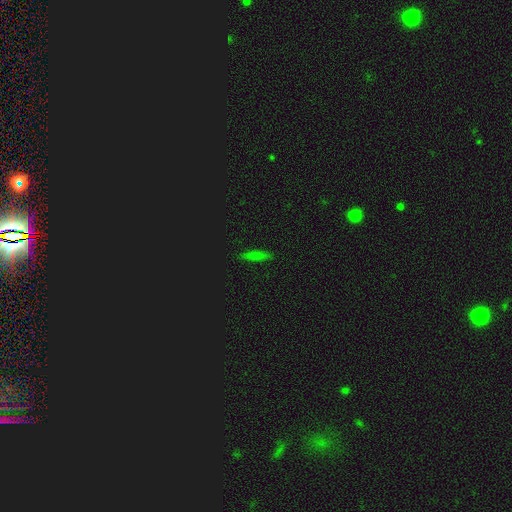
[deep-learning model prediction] A smooth galaxy with no disk features (66%) that is cigar-shaped (76%). Merging: none (87%).